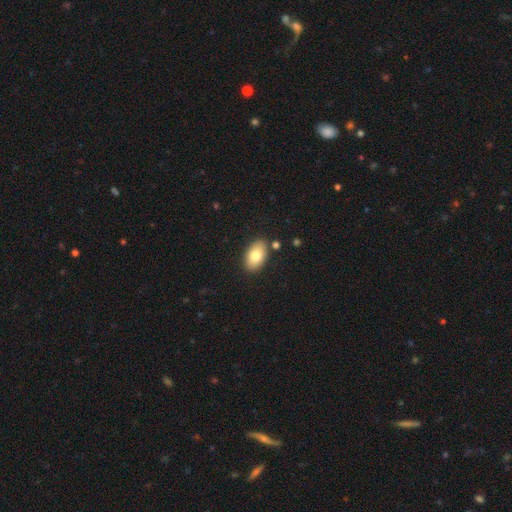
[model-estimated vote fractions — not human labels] This is likely a smooth galaxy (77%). How rounded: clearly in between (92%). Merging: clearly none (86%).